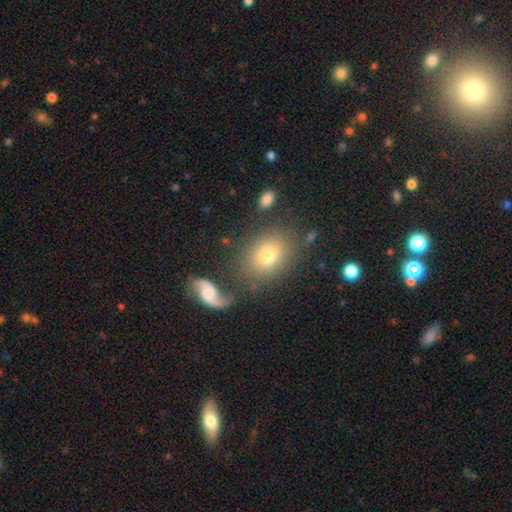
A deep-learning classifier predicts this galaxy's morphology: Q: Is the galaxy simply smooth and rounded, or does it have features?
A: smooth — 61%.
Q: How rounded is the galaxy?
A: in between — 52%.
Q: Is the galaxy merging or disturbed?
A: none — 73%.